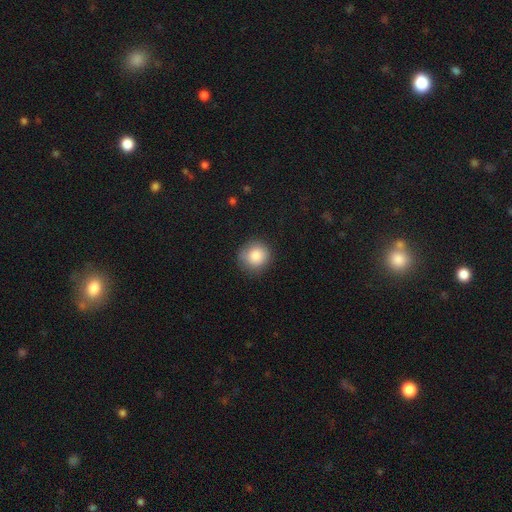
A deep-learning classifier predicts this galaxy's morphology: This appears to be a smooth galaxy with no disk features (86%) that is round (91%). Merging: none (82%).